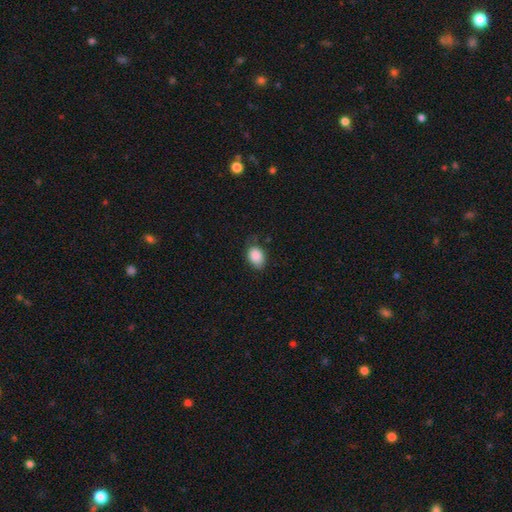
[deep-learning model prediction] smooth_or_featured: smooth (p=0.88) [alt: star or artifact p=0.08]
how_rounded: in between (p=0.78) [alt: round p=0.21]
merging: none (p=0.69) [alt: minor disturbance p=0.25]